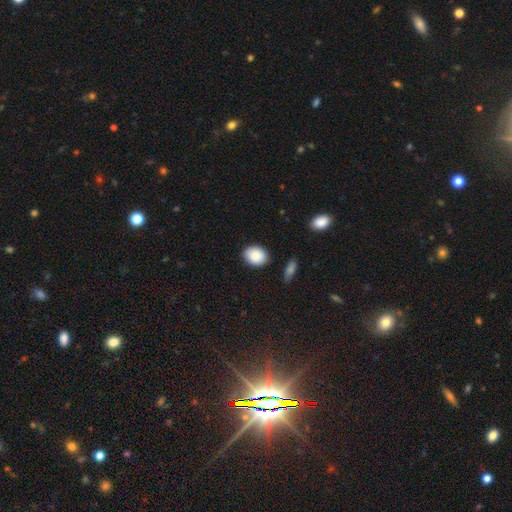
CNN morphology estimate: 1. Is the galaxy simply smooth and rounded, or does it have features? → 86% smooth, 7% star or artifact, 7% featured or disk.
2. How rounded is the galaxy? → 61% in between, 38% round, 1% cigar-shaped.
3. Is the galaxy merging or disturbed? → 86% none, 10% minor disturbance, 2% merger, 2% major disturbance.